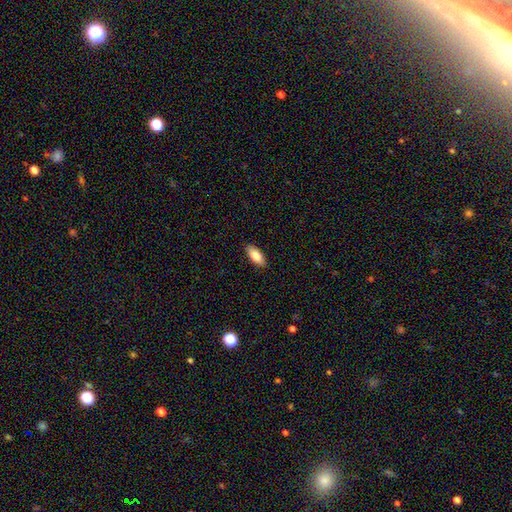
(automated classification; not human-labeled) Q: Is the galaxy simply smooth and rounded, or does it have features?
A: smooth — 83%.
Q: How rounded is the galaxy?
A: in between — 87%.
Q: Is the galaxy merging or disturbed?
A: none — 90%.